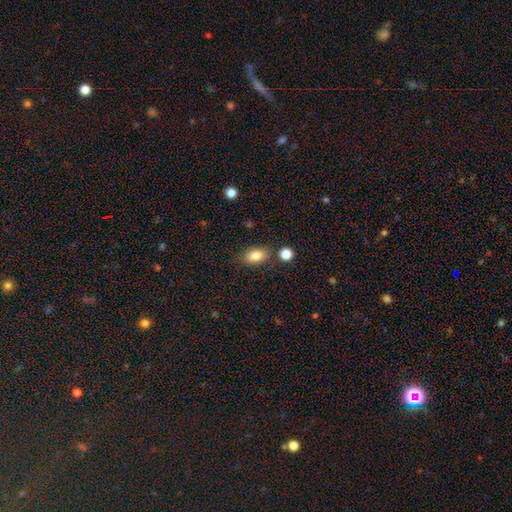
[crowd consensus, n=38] Morphology: type=smooth (76%); roundness=in between (97%); merging=none (83%).